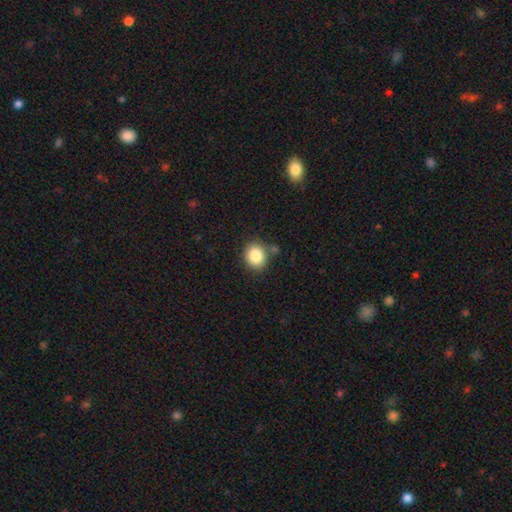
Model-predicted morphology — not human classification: A smooth galaxy with no disk features (86%) that is round (66%).

Vote fractions:
- Smooth or featured? smooth: 86% / star or artifact: 9% / featured or disk: 6%
- How rounded? round: 66% / in between: 33% / cigar-shaped: 1%
- Merging? none: 77% / minor disturbance: 12% / merger: 7% / major disturbance: 4%